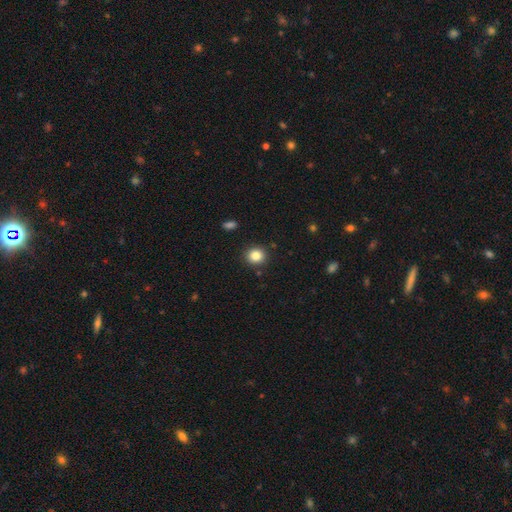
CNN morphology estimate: A smooth galaxy with no disk features (84%) that is round (85%). Merging: none (90%).